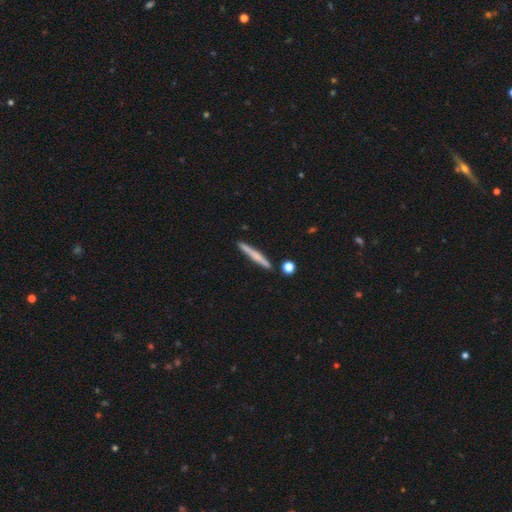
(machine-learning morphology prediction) A smooth galaxy with no disk features (61%) that is cigar-shaped (95%). Merging: none (87%).